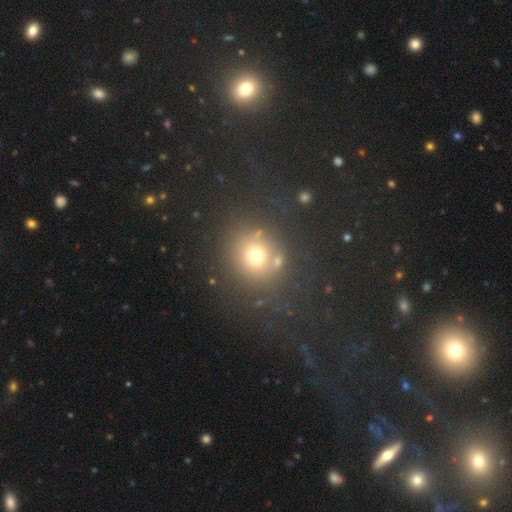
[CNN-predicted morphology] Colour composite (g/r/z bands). It shows a smooth galaxy with no disk features (66%) that is round (81%). Merging: none (75%).